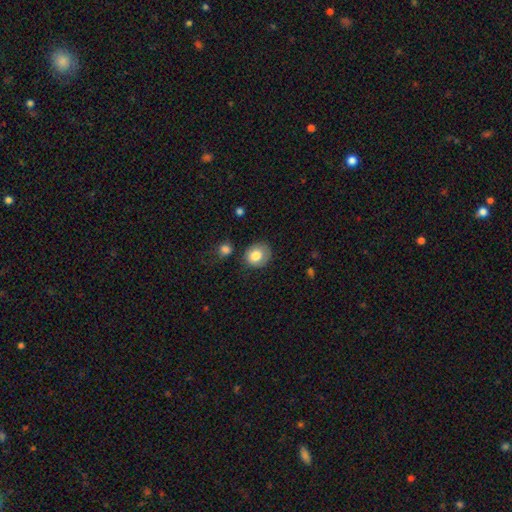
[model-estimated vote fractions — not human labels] smooth 79%, featured or disk 12%, star or artifact 9%. Down the decision tree: how rounded — round (68%); merging — none (74%).